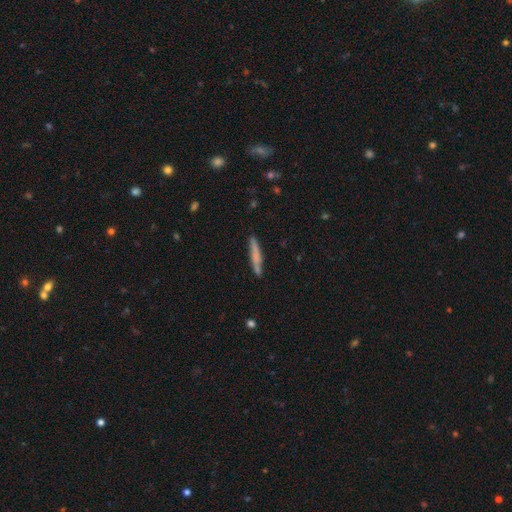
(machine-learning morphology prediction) Smooth or featured? Predicted: smooth (p=0.63). How rounded? Predicted: cigar-shaped (p=0.94). Merging? Predicted: none (p=0.82).